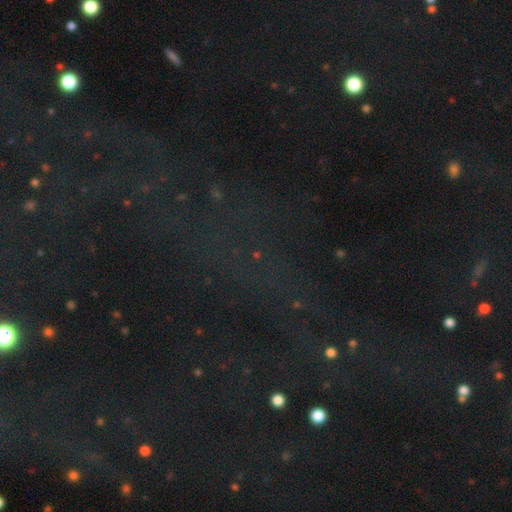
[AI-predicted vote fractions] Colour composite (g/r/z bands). It shows a star or artifact, not a galaxy (74%).